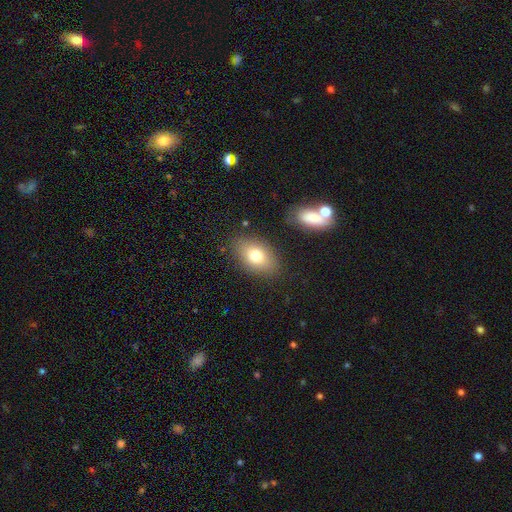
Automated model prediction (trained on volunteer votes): Morphology: type=smooth (76%); roundness=in between (85%); merging=none (82%).